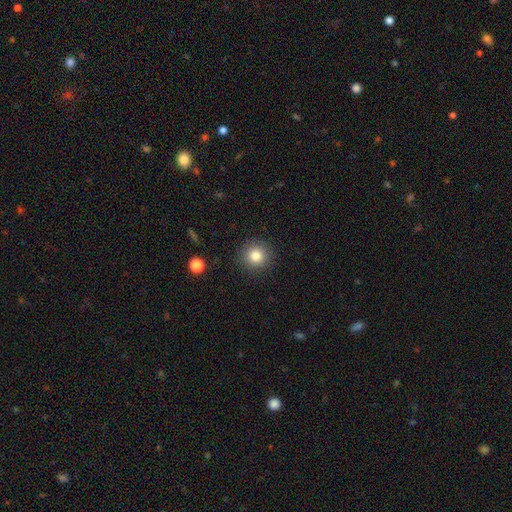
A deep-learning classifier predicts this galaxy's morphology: Smooth or featured: smooth — 82% (star or artifact — 11%)
How rounded: round — 94% (in between — 5%)
Merging: none — 90% (minor disturbance — 6%)